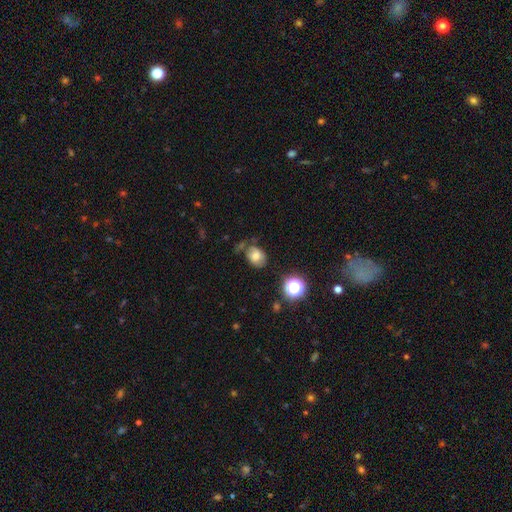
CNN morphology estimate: The model was most divided on "how rounded": in between: 62%, round: 36%, cigar-shaped: 1%. More confident: smooth or featured — smooth (68%); merging — none (54%).